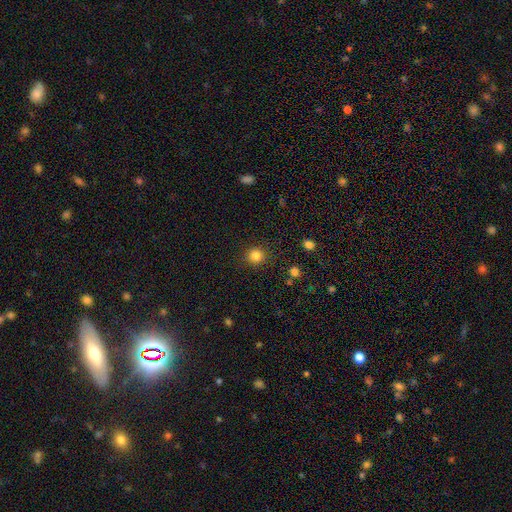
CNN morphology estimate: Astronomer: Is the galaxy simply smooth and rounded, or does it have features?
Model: smooth — 84%.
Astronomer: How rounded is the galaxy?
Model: round — 90%.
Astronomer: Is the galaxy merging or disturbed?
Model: none — 89%.